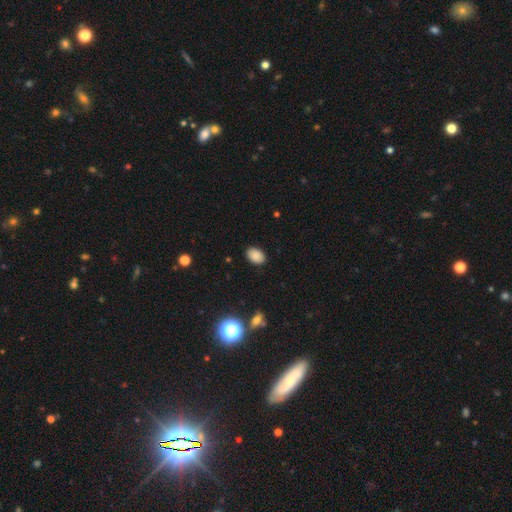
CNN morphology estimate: A smooth galaxy with no disk features (86%) that is in between round and cigar-shaped (83%).

Vote fractions:
- Smooth or featured? smooth: 86% / star or artifact: 10% / featured or disk: 4%
- How rounded? in between: 83% / round: 16% / cigar-shaped: 1%
- Merging? none: 88% / minor disturbance: 9% / major disturbance: 2% / merger: 1%